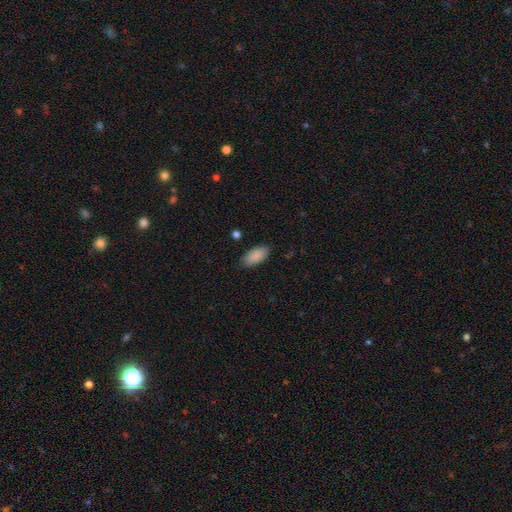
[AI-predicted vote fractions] Morphology: type=smooth (89%); roundness=in between (92%); merging=none (85%).